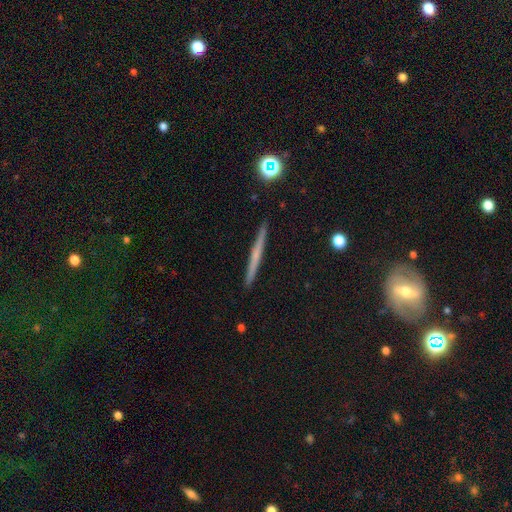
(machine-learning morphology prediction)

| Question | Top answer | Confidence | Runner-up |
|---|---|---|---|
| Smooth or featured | featured or disk | 53% | smooth (38%) |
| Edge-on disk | yes | 97% | no (3%) |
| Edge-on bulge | none | 73% | rounded (22%) |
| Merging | none | 92% | minor disturbance (5%) |